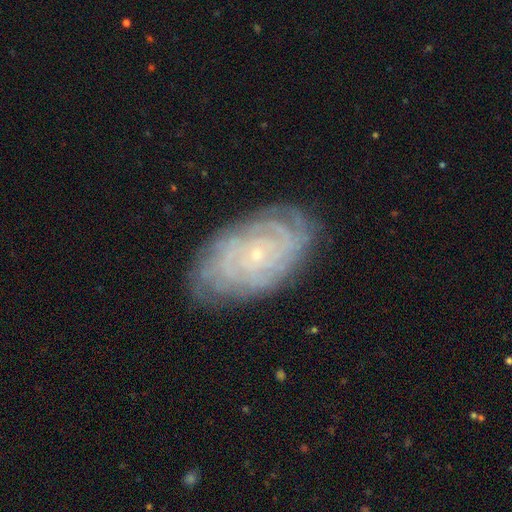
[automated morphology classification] Smooth or featured? Predicted: featured or disk (p=0.82). Edge-on disk? Predicted: no (p=0.96). Bar? Predicted: no (p=0.79). Spiral arms? Predicted: yes (p=0.96). Spiral winding? Predicted: tight (p=0.84). Spiral arm count? Predicted: can't tell (p=0.34). Bulge size? Predicted: small (p=0.88). Merging? Predicted: none (p=0.79).